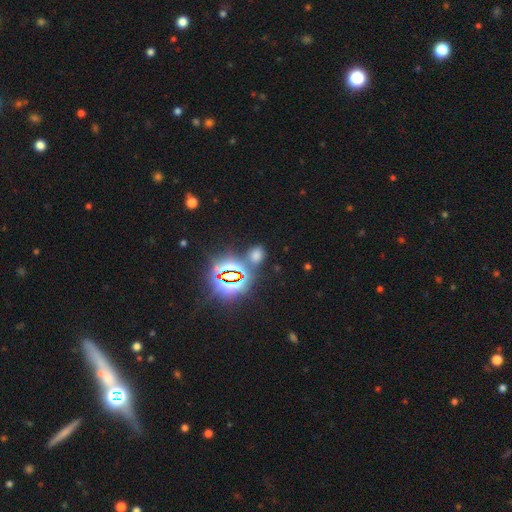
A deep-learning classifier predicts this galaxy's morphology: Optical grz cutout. It shows a smooth galaxy with no disk features (50%). Merging: none (73%).